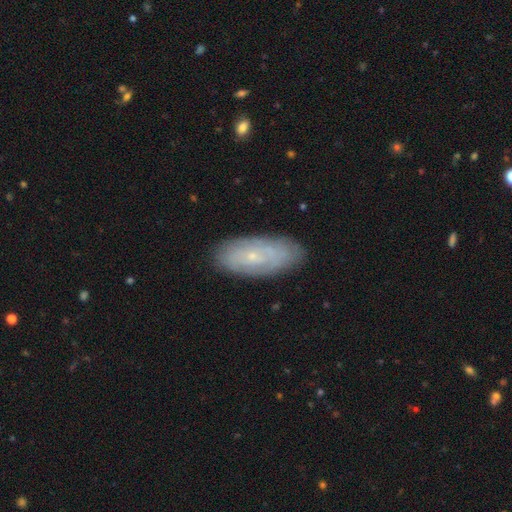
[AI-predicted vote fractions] Q: Smooth or featured?
A: featured or disk (55%); runner-up: smooth (37%)
Q: Edge-on disk?
A: no (88%); runner-up: yes (12%)
Q: Merging?
A: none (81%); runner-up: minor disturbance (14%)